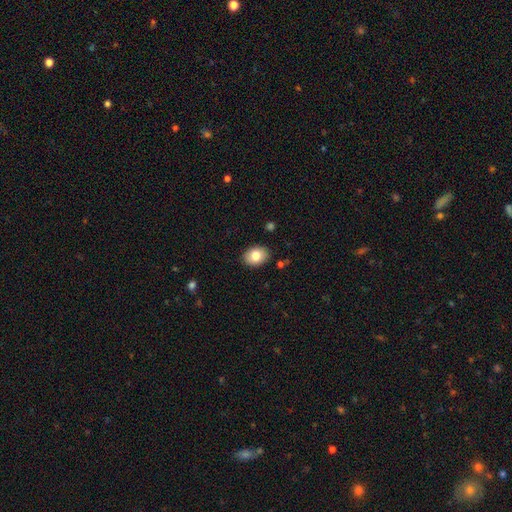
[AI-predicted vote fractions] Smooth or featured?
  - smooth: 81% *
  - featured or disk: 11%
  - star or artifact: 8%
How rounded?
  - in between: 73% *
  - round: 26%
  - cigar-shaped: 1%
Merging?
  - none: 88% *
  - minor disturbance: 9%
  - major disturbance: 2%
  - merger: 1%